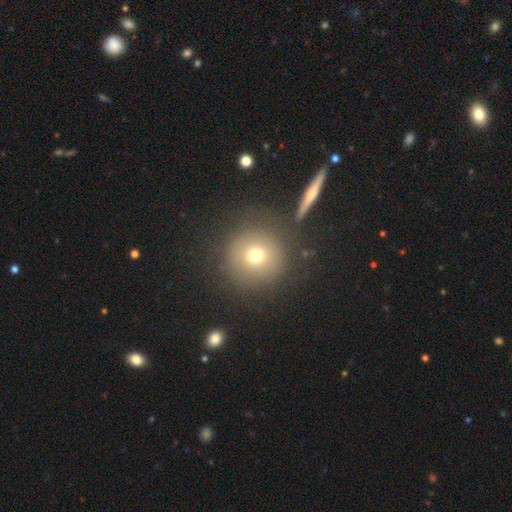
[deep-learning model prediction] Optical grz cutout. It shows a smooth galaxy with no disk features (70%) that is round (94%). Merging: none (80%).